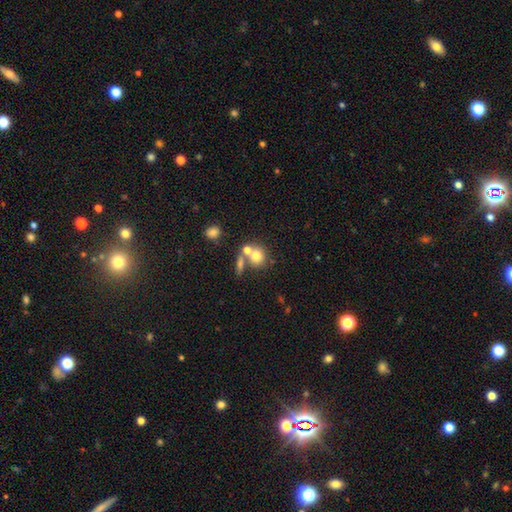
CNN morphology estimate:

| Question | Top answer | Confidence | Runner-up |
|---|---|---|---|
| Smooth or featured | smooth | 72% | featured or disk (16%) |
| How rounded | round | 77% | in between (21%) |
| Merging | merger | 44% | none (42%) |